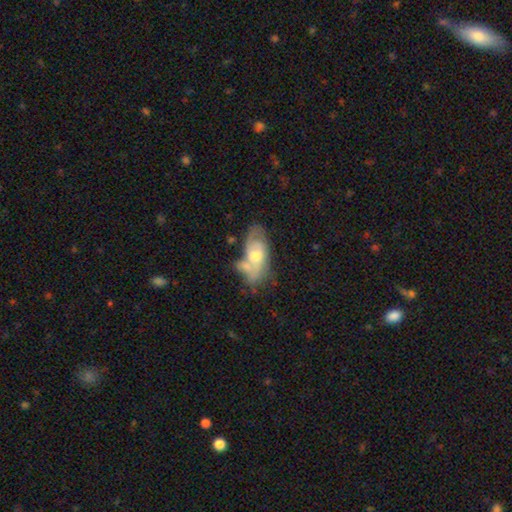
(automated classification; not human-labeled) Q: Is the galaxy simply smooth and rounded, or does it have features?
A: featured or disk — 61%.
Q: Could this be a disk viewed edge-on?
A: no — 90%.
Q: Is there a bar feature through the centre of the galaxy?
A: no — 71%.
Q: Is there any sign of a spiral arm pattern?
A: yes — 70%.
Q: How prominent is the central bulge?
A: moderate — 69%.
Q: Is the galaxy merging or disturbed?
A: none — 38%.